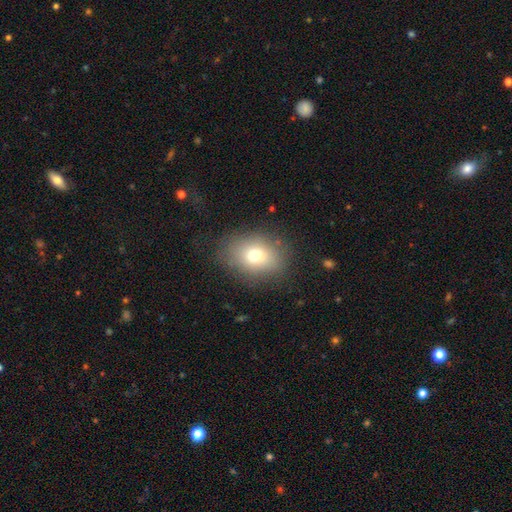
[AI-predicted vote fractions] This appears to be a smooth galaxy with no disk features (73%) that is in between round and cigar-shaped (60%). Merging: none (80%).